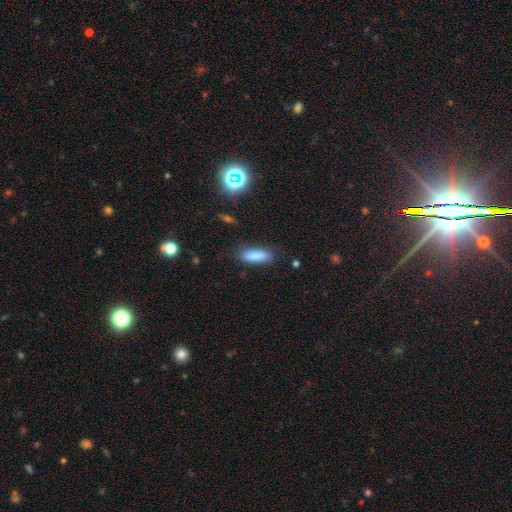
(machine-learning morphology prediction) smooth 85%, star or artifact 9%, featured or disk 6%. Down the decision tree: how rounded — in between (63%); merging — none (80%).